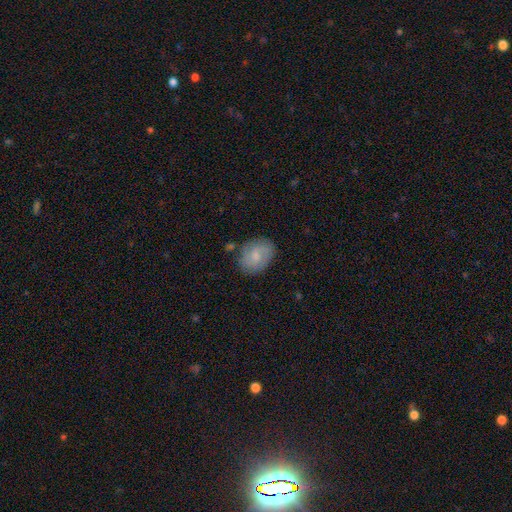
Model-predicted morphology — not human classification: The model was most divided on "smooth or featured": smooth: 57%, featured or disk: 36%, star or artifact: 7%. More confident: merging — none (77%); how rounded — in between (68%).